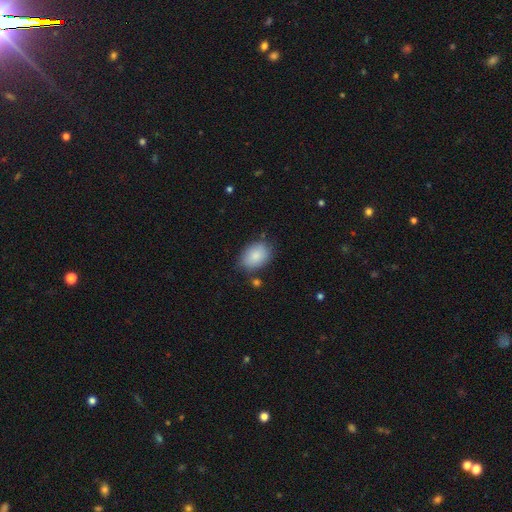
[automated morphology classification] type=smooth (86%); roundness=in between (79%); merging=none (74%).